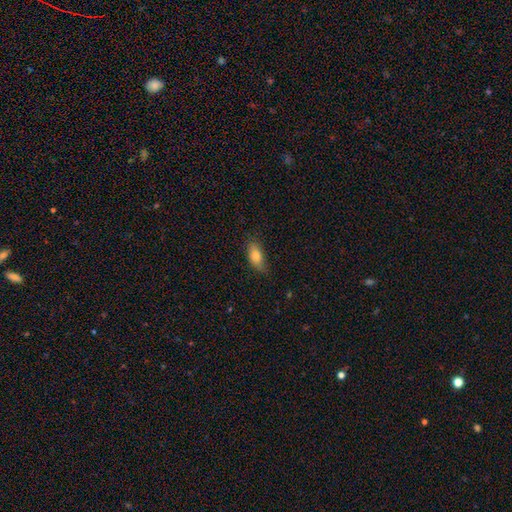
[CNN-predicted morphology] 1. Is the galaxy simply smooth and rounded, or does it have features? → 80% smooth, 12% featured or disk, 8% star or artifact.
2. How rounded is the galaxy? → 82% in between, 14% cigar-shaped, 4% round.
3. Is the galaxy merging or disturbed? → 74% none, 21% minor disturbance, 4% major disturbance, 1% merger.